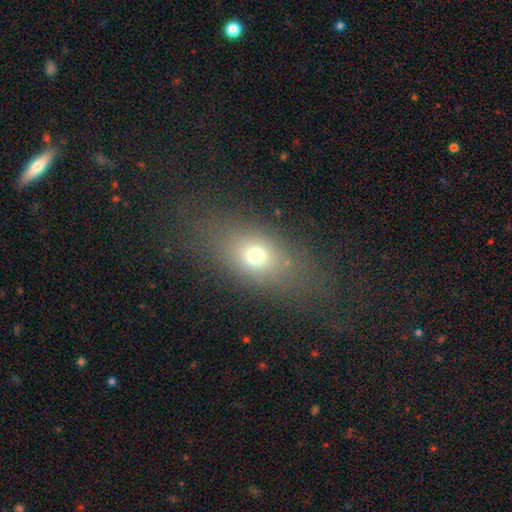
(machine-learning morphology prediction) This is likely a smooth galaxy (70%). How rounded: likely in between (71%). Merging: likely none (68%).